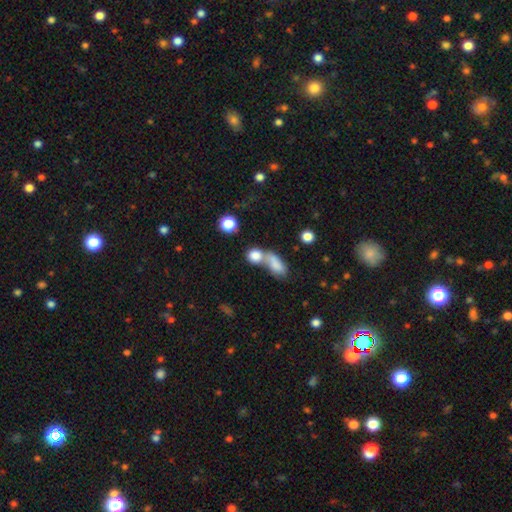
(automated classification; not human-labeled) This is clearly a smooth galaxy (82%). How rounded: possibly round (52%). Merging: possibly merger (57%).